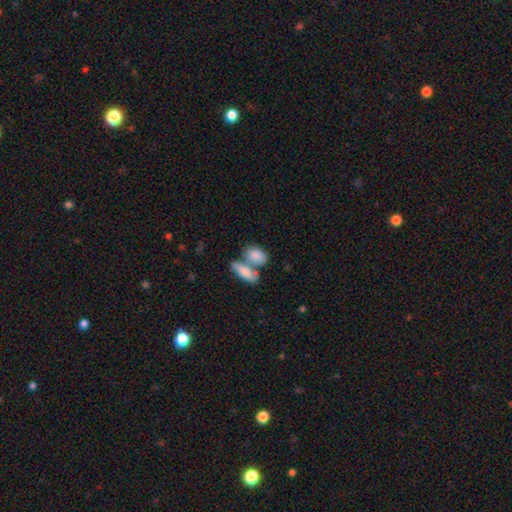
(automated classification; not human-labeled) Smooth or featured? Predicted: smooth (p=0.83). How rounded? Predicted: in between (p=0.87). Merging? Predicted: merger (p=0.51).